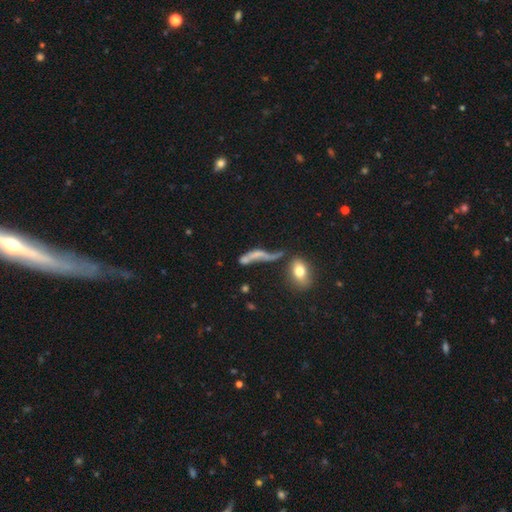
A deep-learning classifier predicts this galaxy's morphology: The model was most divided on "merging": none: 30%, merger: 28%, major disturbance: 25%, minor disturbance: 18%. Remaining: smooth or featured — featured or disk (46%).